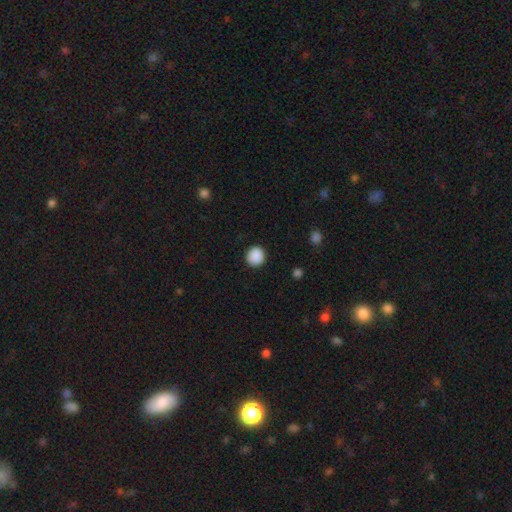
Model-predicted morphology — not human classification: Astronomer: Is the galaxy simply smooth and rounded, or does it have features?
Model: smooth — 89%.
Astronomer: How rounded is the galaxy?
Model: round — 90%.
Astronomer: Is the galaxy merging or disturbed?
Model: none — 91%.